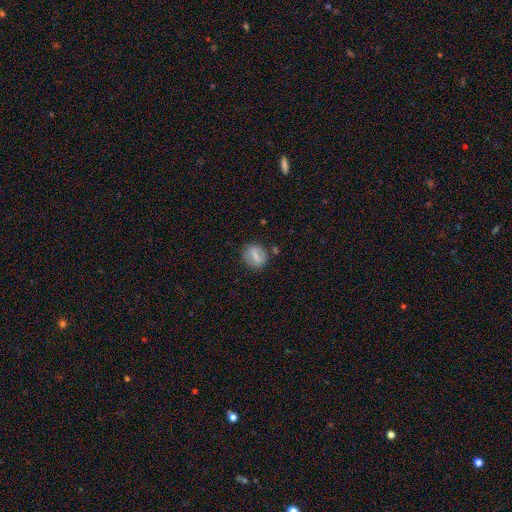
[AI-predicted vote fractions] smooth 61%, featured or disk 31%, star or artifact 8%. Down the decision tree: how rounded — round (69%); merging — none (80%).